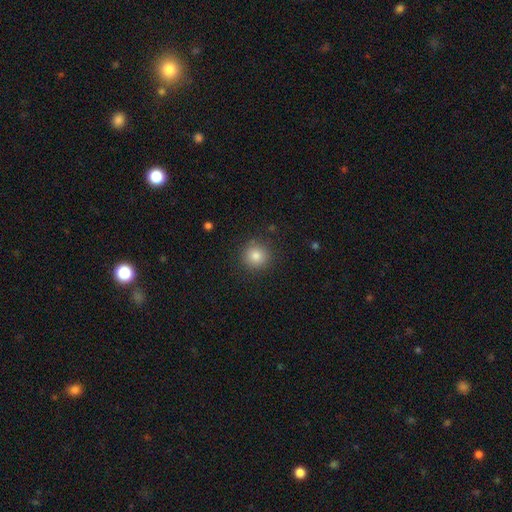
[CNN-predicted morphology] This is clearly a smooth galaxy (83%). How rounded: clearly round (93%). Merging: clearly none (89%).